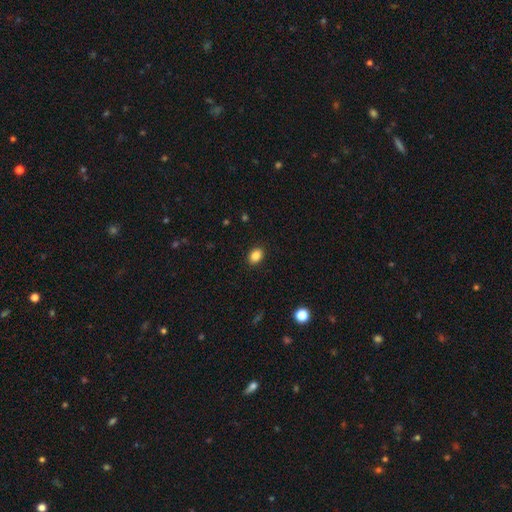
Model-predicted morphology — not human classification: Smooth or featured: smooth — 86% (star or artifact — 9%)
How rounded: in between — 64% (round — 35%)
Merging: none — 90% (minor disturbance — 7%)